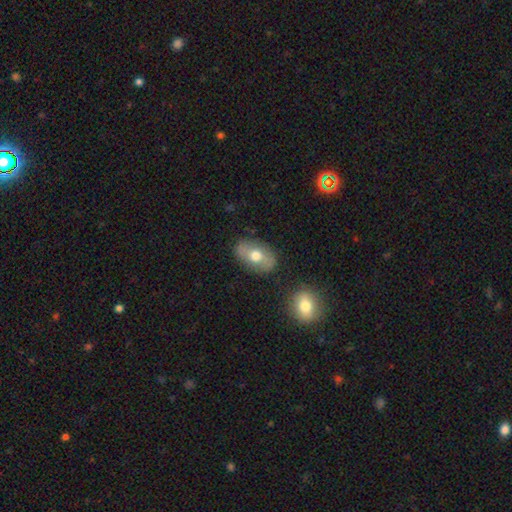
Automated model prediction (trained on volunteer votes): A smooth galaxy with no disk features (59%) that is in between round and cigar-shaped (86%).

Vote fractions:
- Smooth or featured? smooth: 59% / featured or disk: 33% / star or artifact: 8%
- How rounded? in between: 86% / round: 12% / cigar-shaped: 2%
- Merging? none: 80% / minor disturbance: 13% / major disturbance: 3% / merger: 3%